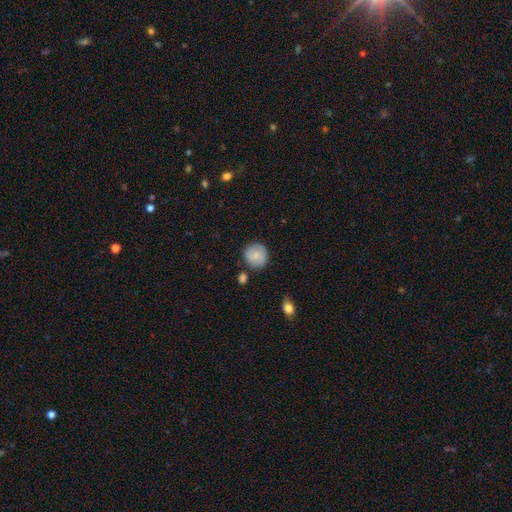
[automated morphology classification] A smooth galaxy with no disk features (73%) that is round (90%). Merging: none (79%).